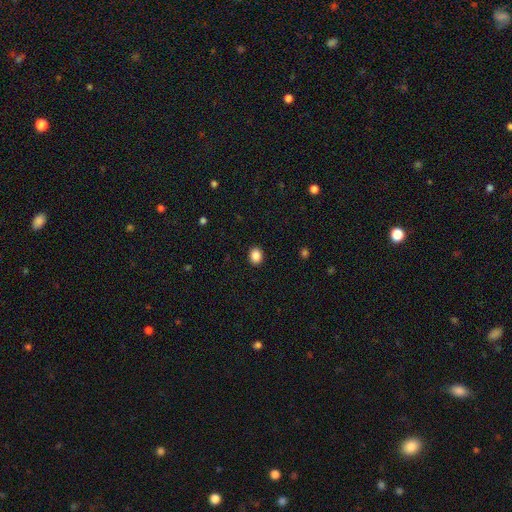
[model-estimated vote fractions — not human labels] The model was most divided on "how rounded": round: 55%, in between: 44%, cigar-shaped: 1%. More confident: merging — none (91%); smooth or featured — smooth (87%).